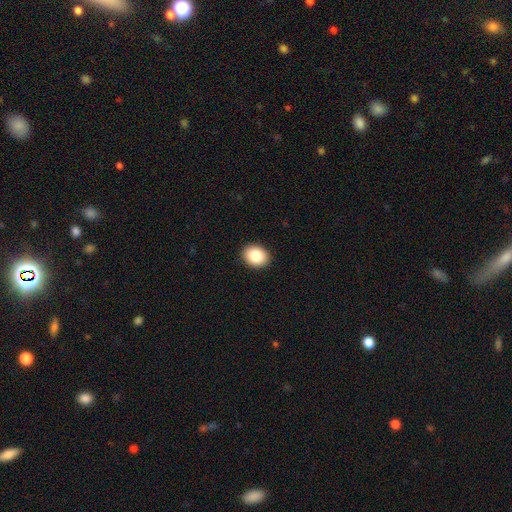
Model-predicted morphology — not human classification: A smooth galaxy with no disk features (85%) that is in between round and cigar-shaped (54%).

Vote fractions:
- Smooth or featured? smooth: 85% / star or artifact: 8% / featured or disk: 6%
- How rounded? in between: 54% / round: 45% / cigar-shaped: 1%
- Merging? none: 92% / minor disturbance: 6% / major disturbance: 2% / merger: 1%